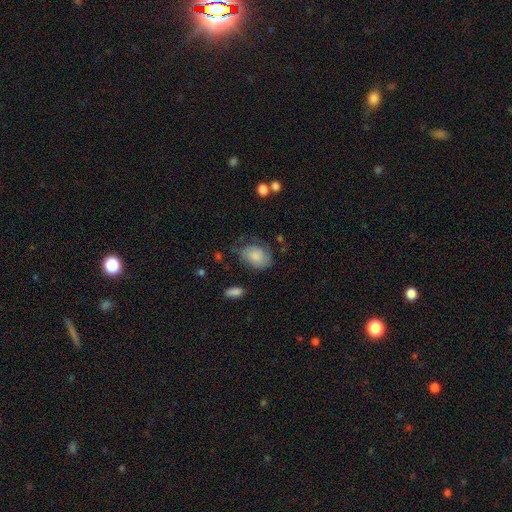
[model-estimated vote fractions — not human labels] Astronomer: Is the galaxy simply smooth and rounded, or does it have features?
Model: smooth — 72%.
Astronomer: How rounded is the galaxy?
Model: in between — 77%.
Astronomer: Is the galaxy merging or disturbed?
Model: none — 55%.